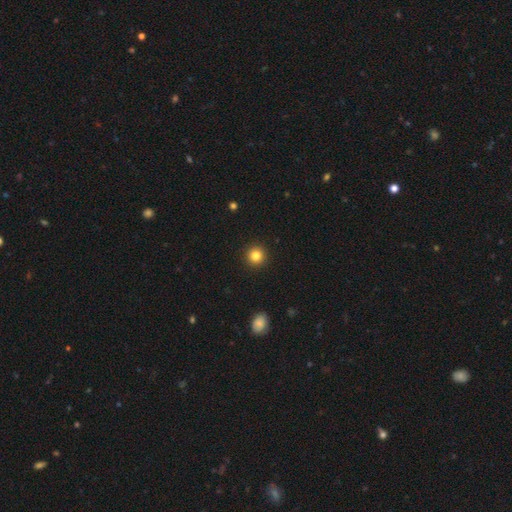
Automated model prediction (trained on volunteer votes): This is clearly a smooth galaxy (84%). How rounded: clearly round (95%). Merging: clearly none (93%).